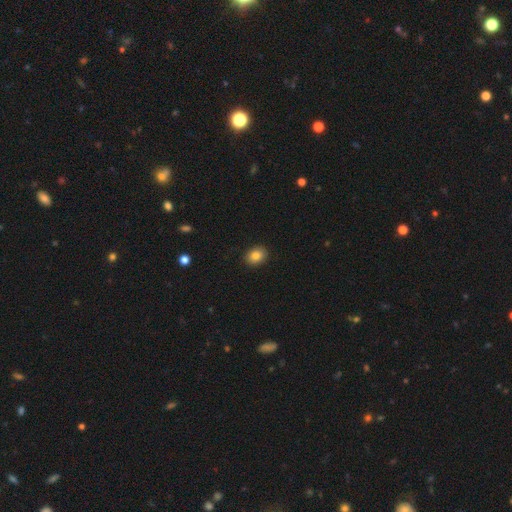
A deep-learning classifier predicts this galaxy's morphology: A smooth galaxy with no disk features (84%) that is in between round and cigar-shaped (57%). Merging: none (90%).